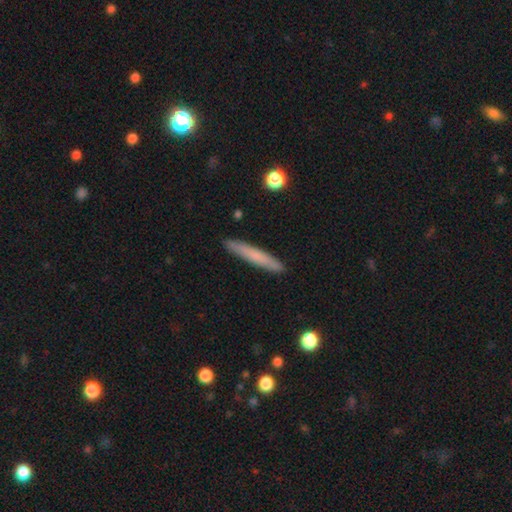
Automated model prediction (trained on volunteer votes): Smooth or featured: smooth — 71% (featured or disk — 23%)
How rounded: cigar-shaped — 95% (in between — 4%)
Merging: none — 90% (minor disturbance — 7%)